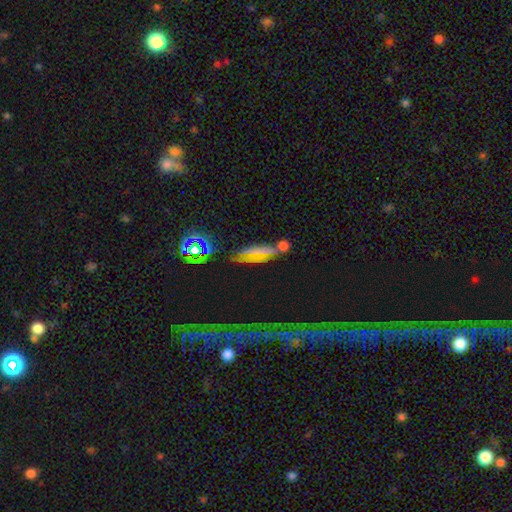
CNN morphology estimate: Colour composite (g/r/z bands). It shows a smooth galaxy with no disk features (40%). Merging: none (53%).